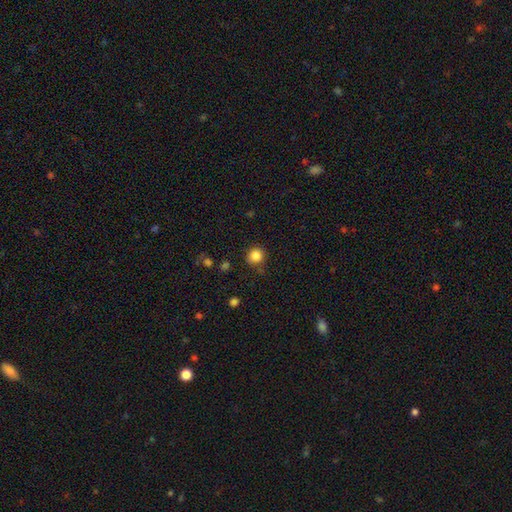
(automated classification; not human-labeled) The model was most divided on "merging": none: 82%, minor disturbance: 11%, merger: 3%, major disturbance: 3%. More confident: how rounded — round (90%); smooth or featured — smooth (85%).